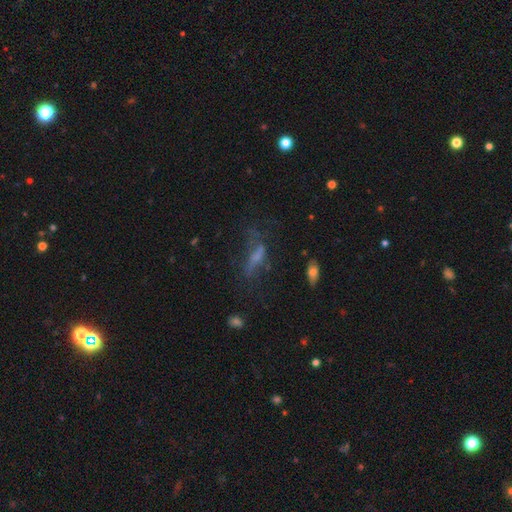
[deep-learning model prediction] The model was most divided on "smooth or featured": featured or disk: 40%, smooth: 38%, star or artifact: 22%. Remaining: merging — none (45%).